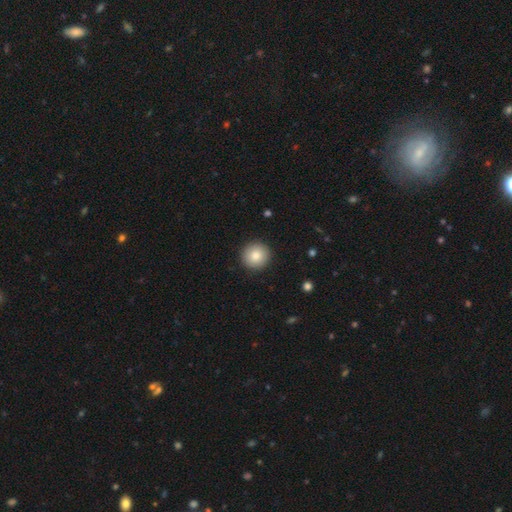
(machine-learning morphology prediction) smooth-or-featured: smooth: 85% | star or artifact: 8% | featured or disk: 7%
  how-rounded: round: 95% | in between: 4% | cigar-shaped: 1%
  merging: none: 92% | minor disturbance: 5% | major disturbance: 2% | merger: 1%